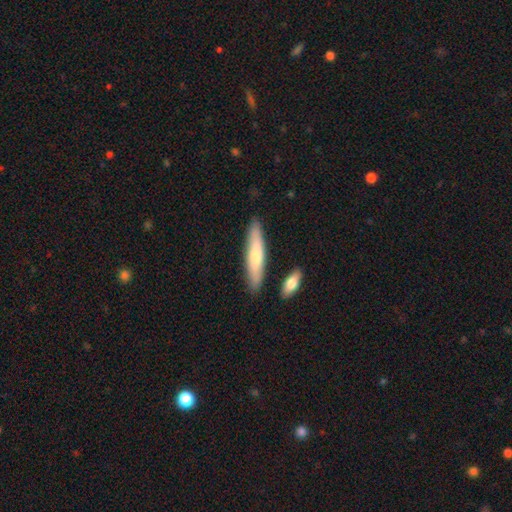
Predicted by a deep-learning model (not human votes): A smooth galaxy with no disk features (64%) that is cigar-shaped (85%).

Vote fractions:
- Smooth or featured? smooth: 64% / featured or disk: 31% / star or artifact: 5%
- How rounded? cigar-shaped: 85% / in between: 13% / round: 1%
- Merging? none: 84% / minor disturbance: 10% / merger: 4% / major disturbance: 2%